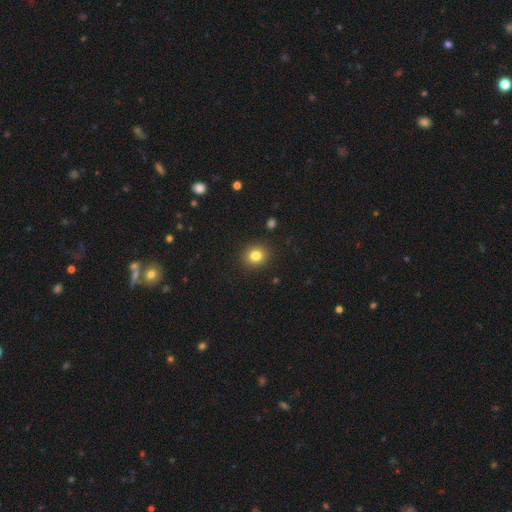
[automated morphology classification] Smooth or featured?
  - smooth: 82% *
  - star or artifact: 11%
  - featured or disk: 7%
How rounded?
  - round: 80% *
  - in between: 19%
  - cigar-shaped: 1%
Merging?
  - none: 91% *
  - minor disturbance: 6%
  - major disturbance: 2%
  - merger: 1%